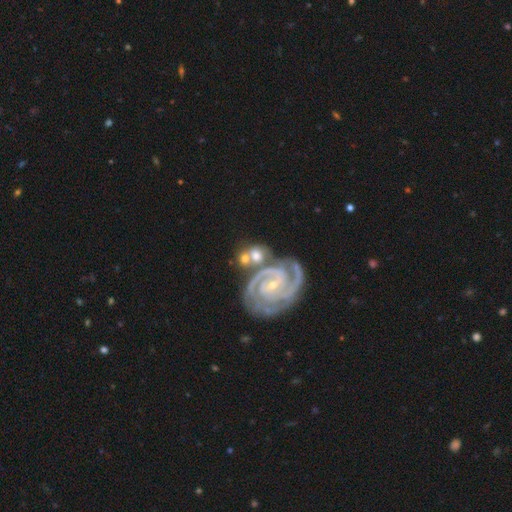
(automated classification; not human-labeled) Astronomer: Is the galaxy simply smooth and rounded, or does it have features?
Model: featured or disk — 68%.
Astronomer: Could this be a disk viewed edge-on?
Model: no — 97%.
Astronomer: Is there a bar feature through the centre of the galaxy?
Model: no — 49% (runner-up: weak, 35%).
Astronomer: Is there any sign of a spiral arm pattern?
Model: yes — 94%.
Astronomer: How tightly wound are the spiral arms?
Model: tight — 59% (runner-up: medium, 35%).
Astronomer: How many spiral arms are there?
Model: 2 — 52%.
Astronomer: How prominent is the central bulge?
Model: small — 70%.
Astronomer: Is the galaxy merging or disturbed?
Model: none — 50% (runner-up: merger, 28%).